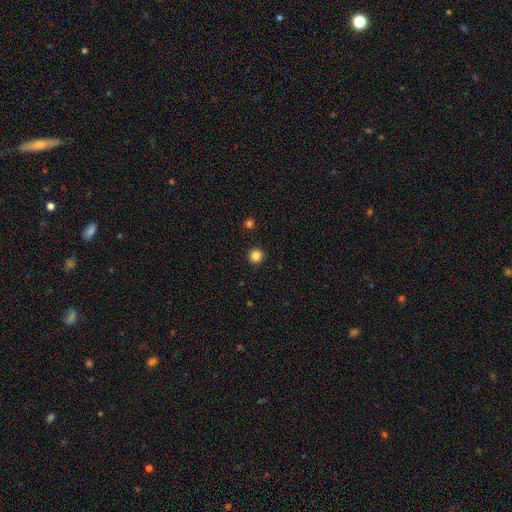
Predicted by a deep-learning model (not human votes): A smooth galaxy with no disk features (85%) that is round (96%). Merging: none (93%).